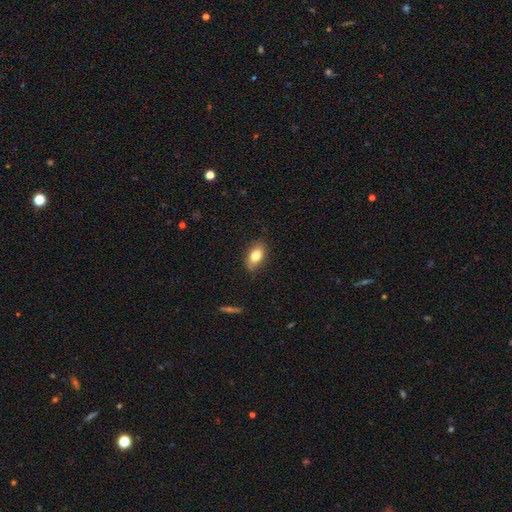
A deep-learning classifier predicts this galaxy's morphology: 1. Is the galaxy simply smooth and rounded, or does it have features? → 79% smooth, 13% featured or disk, 8% star or artifact.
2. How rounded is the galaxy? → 88% in between, 7% round, 5% cigar-shaped.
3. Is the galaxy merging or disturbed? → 84% none, 12% minor disturbance, 2% major disturbance, 1% merger.